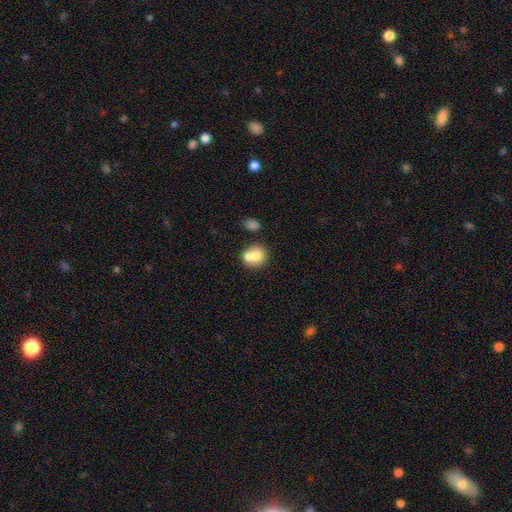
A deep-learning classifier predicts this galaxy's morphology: Q: Smooth or featured?
A: smooth (70%); runner-up: featured or disk (20%)
Q: How rounded?
A: round (78%); runner-up: in between (21%)
Q: Merging?
A: merger (52%); runner-up: none (37%)